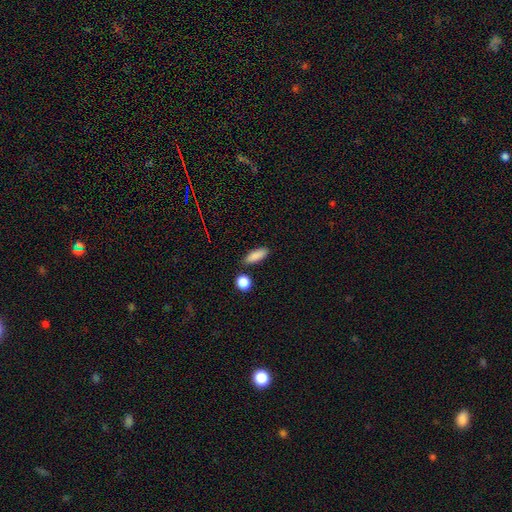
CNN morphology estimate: Smooth or featured? smooth (86%)
How rounded? in between (67%)
Merging? none (81%)